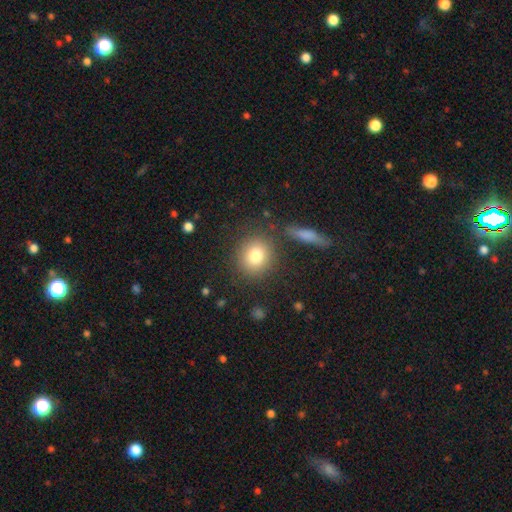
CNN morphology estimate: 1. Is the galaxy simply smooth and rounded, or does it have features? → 79% smooth, 11% featured or disk, 10% star or artifact.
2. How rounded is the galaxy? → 85% round, 14% in between, 1% cigar-shaped.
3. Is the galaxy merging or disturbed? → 83% none, 9% minor disturbance, 4% merger, 4% major disturbance.